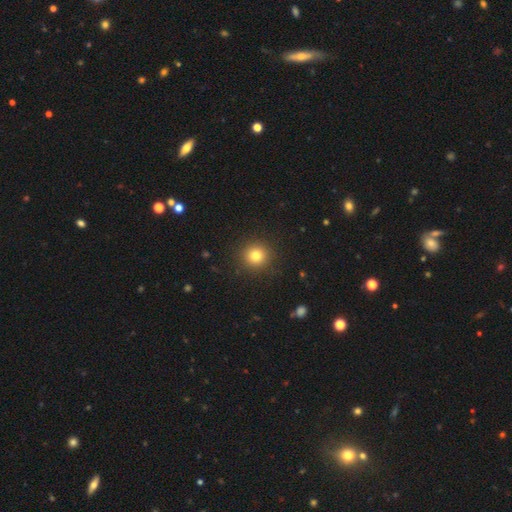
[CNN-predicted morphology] The model was most divided on "smooth or featured": smooth: 81%, star or artifact: 12%, featured or disk: 7%. More confident: how rounded — round (93%); merging — none (91%).